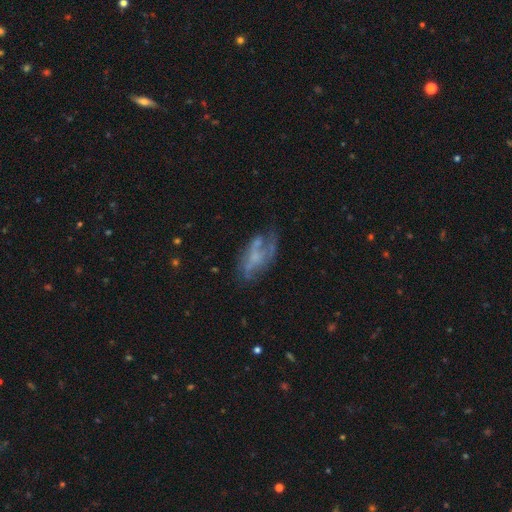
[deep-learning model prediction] Overall: featured or disk (62%; smooth 27%). Edge-on disk: no (93%). Bar: no (73%). Spiral arms: yes (52%; no 48%). Bulge size: none (47%; small 31%). Merging: none (44%; major disturbance 25%).